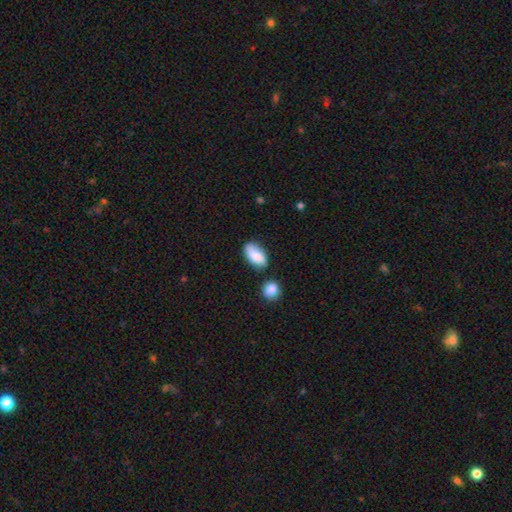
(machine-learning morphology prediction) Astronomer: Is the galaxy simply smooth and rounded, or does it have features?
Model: smooth — 85%.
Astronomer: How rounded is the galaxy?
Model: in between — 91%.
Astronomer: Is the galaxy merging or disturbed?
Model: none — 67%.